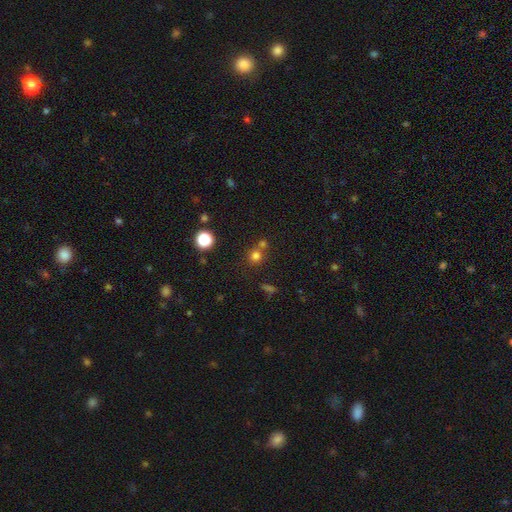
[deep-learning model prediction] Q: Smooth or featured?
A: smooth (71%); runner-up: star or artifact (21%)
Q: How rounded?
A: round (88%); runner-up: in between (11%)
Q: Merging?
A: none (60%); runner-up: merger (29%)